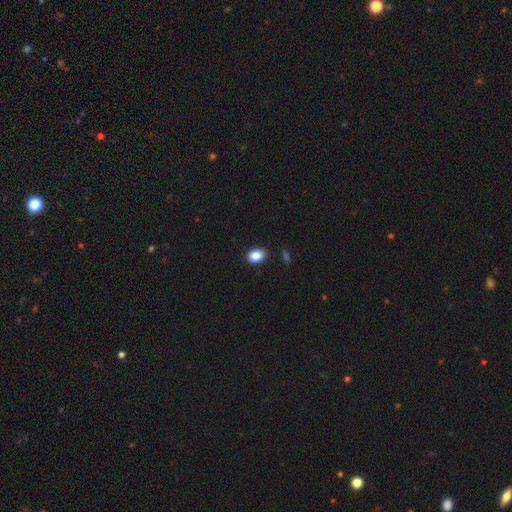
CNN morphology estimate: smooth_or_featured: smooth (p=0.88) [alt: star or artifact p=0.09]
how_rounded: in between (p=0.76) [alt: round p=0.23]
merging: none (p=0.85) [alt: minor disturbance p=0.11]